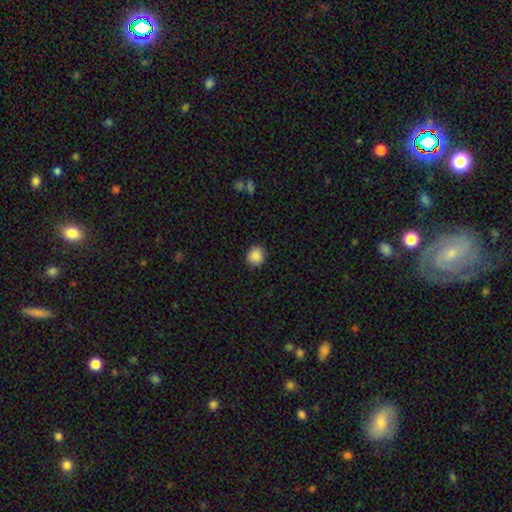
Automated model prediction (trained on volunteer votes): Q: Smooth or featured?
A: smooth (88%); runner-up: star or artifact (9%)
Q: How rounded?
A: round (83%); runner-up: in between (16%)
Q: Merging?
A: none (89%); runner-up: minor disturbance (8%)